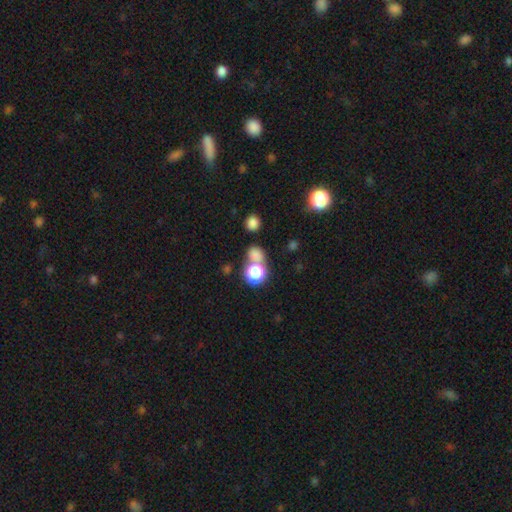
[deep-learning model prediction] This is likely a smooth galaxy (69%). How rounded: likely round (72%). Merging: possibly none (57%).